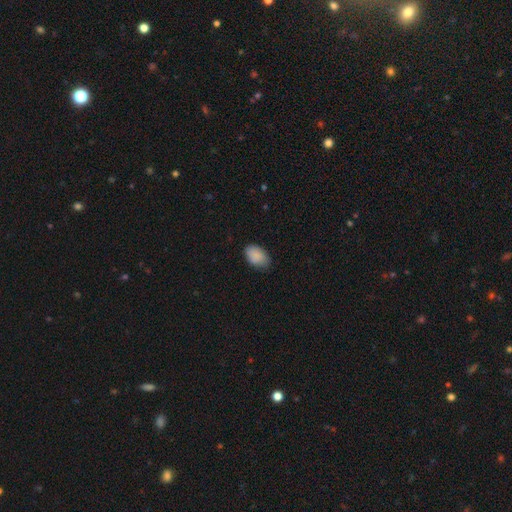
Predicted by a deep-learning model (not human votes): Smooth or featured?
  - smooth: 89% *
  - star or artifact: 7%
  - featured or disk: 4%
How rounded?
  - in between: 88% *
  - round: 10%
  - cigar-shaped: 1%
Merging?
  - none: 76% *
  - minor disturbance: 20%
  - major disturbance: 3%
  - merger: 1%